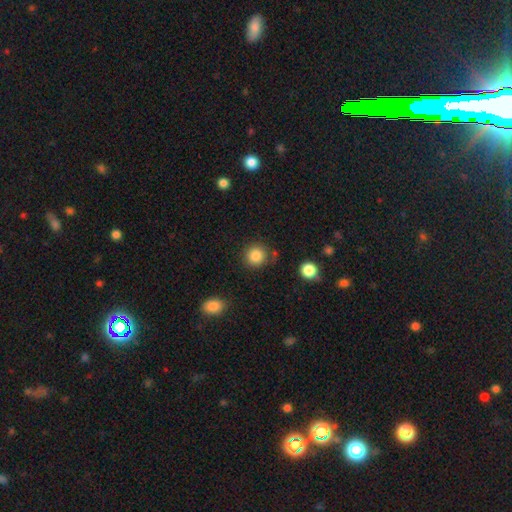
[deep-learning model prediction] smooth_or_featured: smooth (p=0.86) [alt: star or artifact p=0.09]
how_rounded: round (p=0.92) [alt: in between p=0.08]
merging: none (p=0.84) [alt: minor disturbance p=0.09]